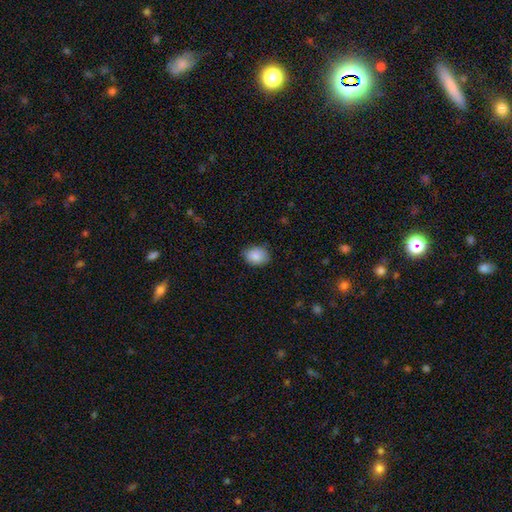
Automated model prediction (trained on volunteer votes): smooth-or-featured: smooth: 88% | star or artifact: 7% | featured or disk: 5%
  how-rounded: in between: 63% | round: 36% | cigar-shaped: 1%
  merging: none: 78% | minor disturbance: 17% | major disturbance: 3% | merger: 1%